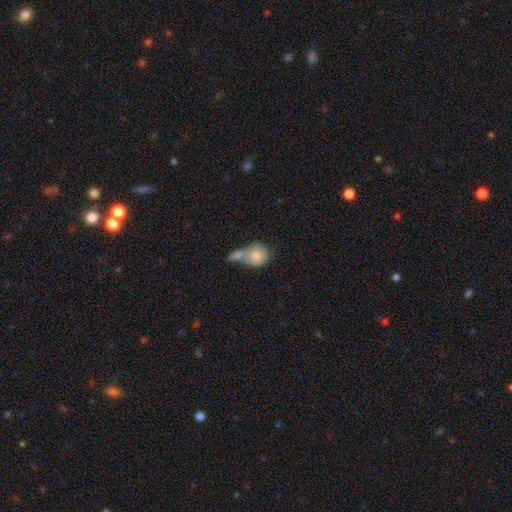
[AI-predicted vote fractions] Smooth or featured?
  - smooth: 78% *
  - featured or disk: 16%
  - star or artifact: 7%
How rounded?
  - round: 67% *
  - in between: 31%
  - cigar-shaped: 2%
Merging?
  - merger: 62% *
  - none: 20%
  - minor disturbance: 10%
  - major disturbance: 7%